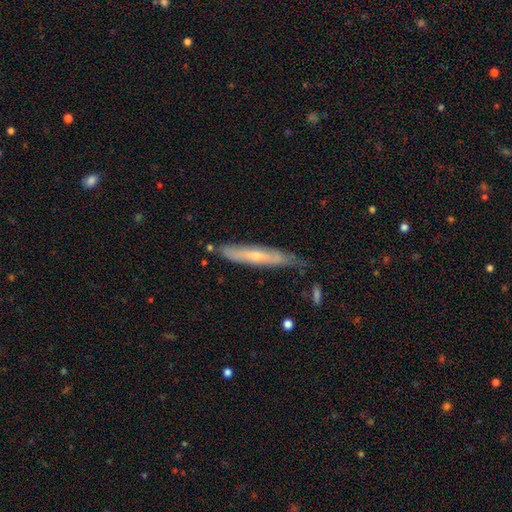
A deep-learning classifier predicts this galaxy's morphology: featured or disk 53%, smooth 41%, star or artifact 6%. Down the decision tree: edge-on disk — yes (70%); merging — none (62%).